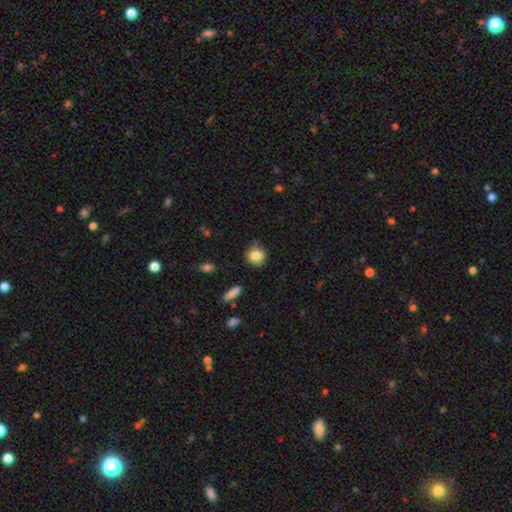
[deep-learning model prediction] Overall: smooth (83%). How rounded: round (86%). Merging: none (75%).